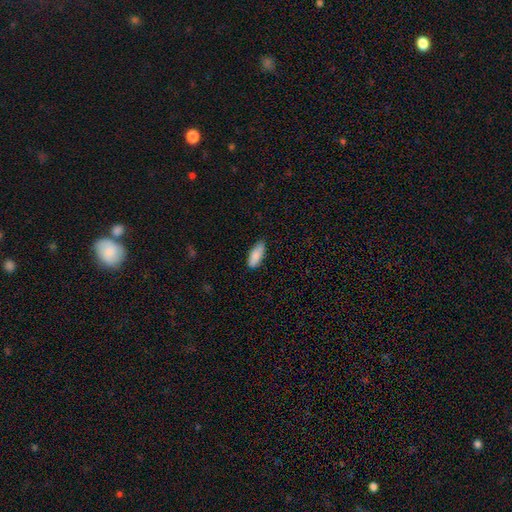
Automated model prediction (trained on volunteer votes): Smooth or featured? smooth (89%)
How rounded? in between (78%)
Merging? none (79%)